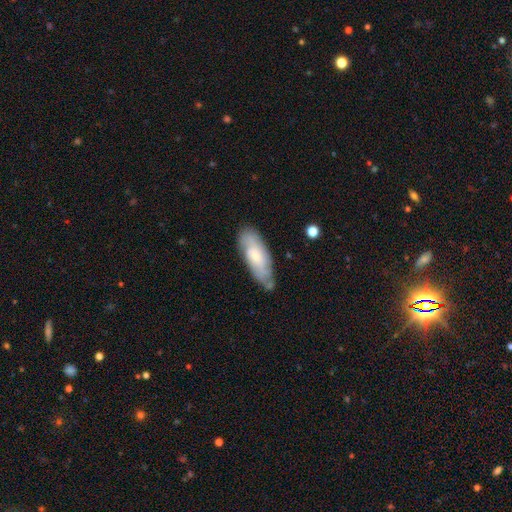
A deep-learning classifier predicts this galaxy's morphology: A featured or disk galaxy (48%).

Vote fractions:
- Smooth or featured? featured or disk: 48% / smooth: 46% / star or artifact: 6%
- Merging? none: 69% / minor disturbance: 22% / major disturbance: 5% / merger: 3%